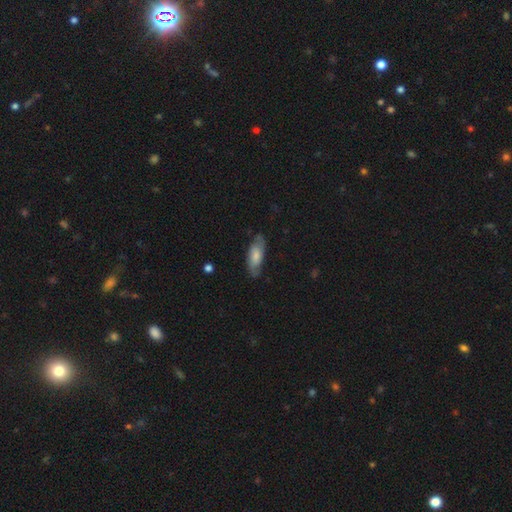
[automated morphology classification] Smooth or featured? Predicted: smooth (p=0.48). Merging? Predicted: none (p=0.74).